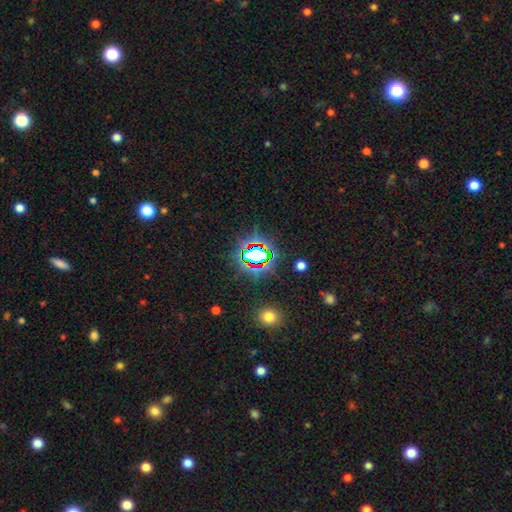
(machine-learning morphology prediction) Smooth or featured: star or artifact — 71% (smooth — 18%)